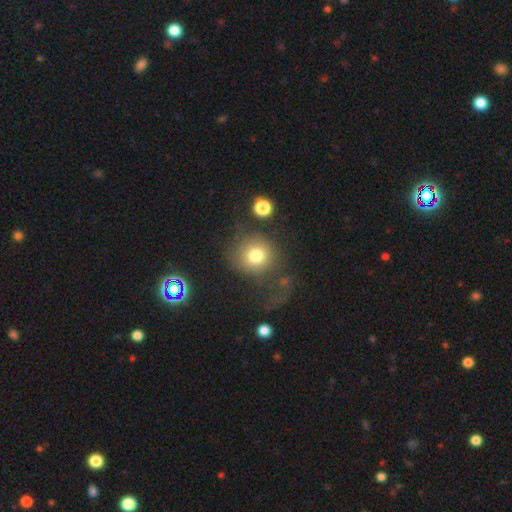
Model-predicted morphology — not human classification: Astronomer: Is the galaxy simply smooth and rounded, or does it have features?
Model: smooth — 76%.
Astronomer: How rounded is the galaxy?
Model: round — 84%.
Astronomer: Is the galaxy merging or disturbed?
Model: none — 55%.